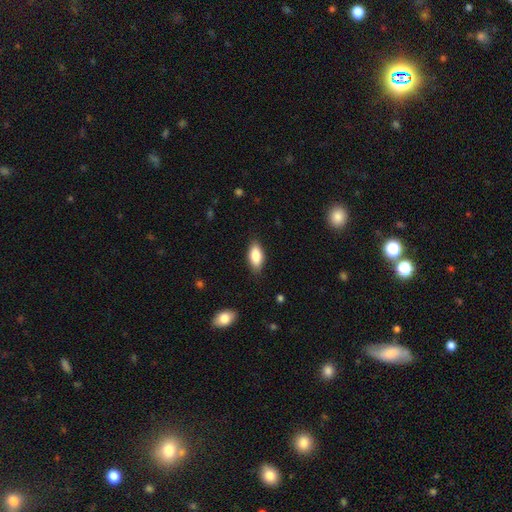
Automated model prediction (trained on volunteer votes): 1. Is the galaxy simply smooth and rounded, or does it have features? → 85% smooth, 9% featured or disk, 6% star or artifact.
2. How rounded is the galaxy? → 87% in between, 10% cigar-shaped, 3% round.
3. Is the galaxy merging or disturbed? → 85% none, 12% minor disturbance, 2% major disturbance, 1% merger.